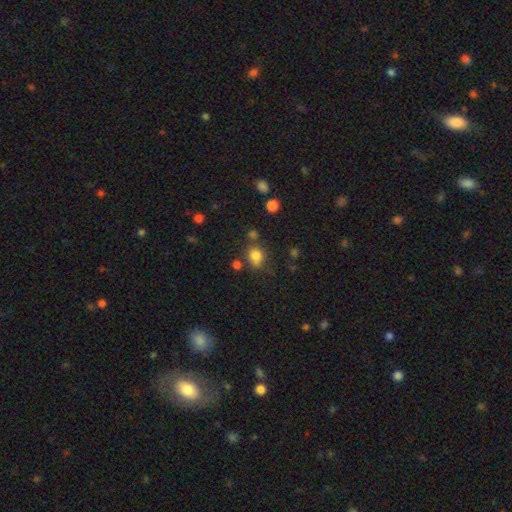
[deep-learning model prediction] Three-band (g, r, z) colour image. It shows a smooth galaxy with no disk features (78%) that is round (74%). Merging: none (66%).